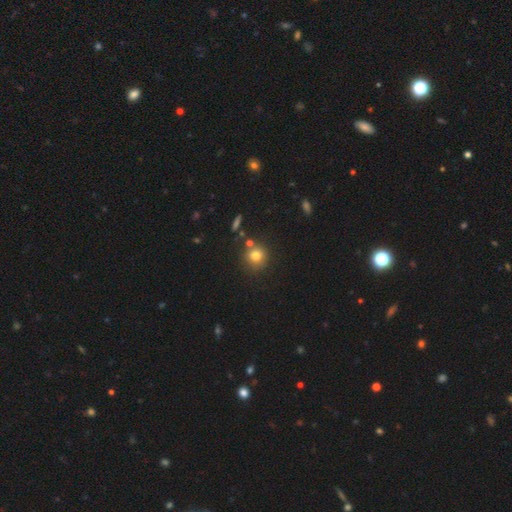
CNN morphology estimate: Smooth or featured?
  - smooth: 77% *
  - star or artifact: 14%
  - featured or disk: 9%
How rounded?
  - round: 91% *
  - in between: 8%
  - cigar-shaped: 1%
Merging?
  - none: 77% *
  - merger: 10%
  - minor disturbance: 10%
  - major disturbance: 3%